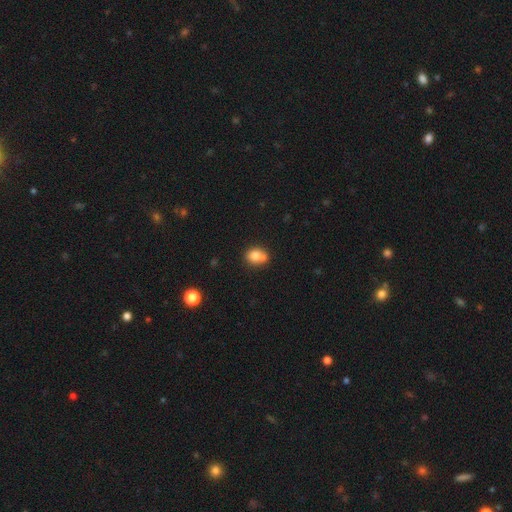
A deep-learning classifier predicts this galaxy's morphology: This is likely a smooth galaxy (78%). How rounded: likely round (61%). Merging: possibly none (46%).